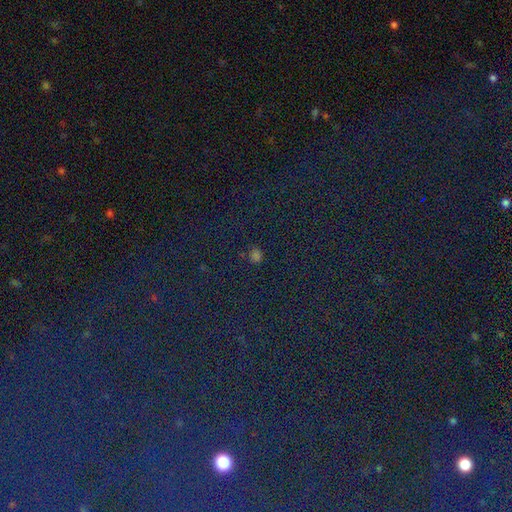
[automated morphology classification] smooth 47%, star or artifact 46%, featured or disk 7%. Down the decision tree: merging — none (80%).